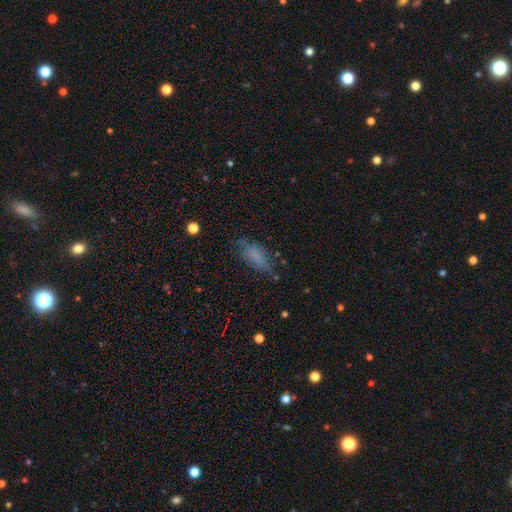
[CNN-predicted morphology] Smooth or featured?
  - smooth: 72% *
  - featured or disk: 16%
  - star or artifact: 12%
How rounded?
  - in between: 78% *
  - cigar-shaped: 19%
  - round: 4%
Merging?
  - none: 57% *
  - minor disturbance: 27%
  - major disturbance: 14%
  - merger: 3%